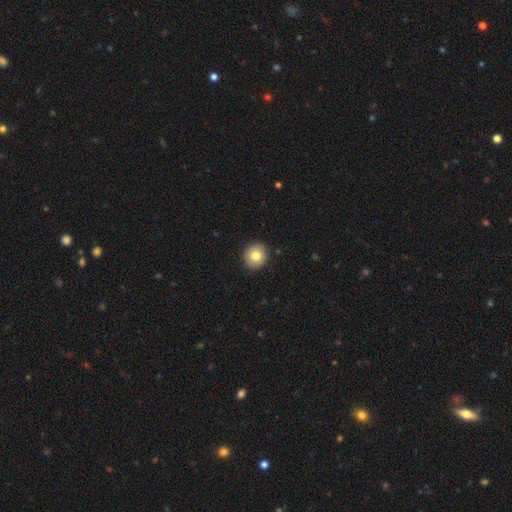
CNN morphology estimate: A smooth galaxy with no disk features (81%) that is round (90%). Merging: none (92%).